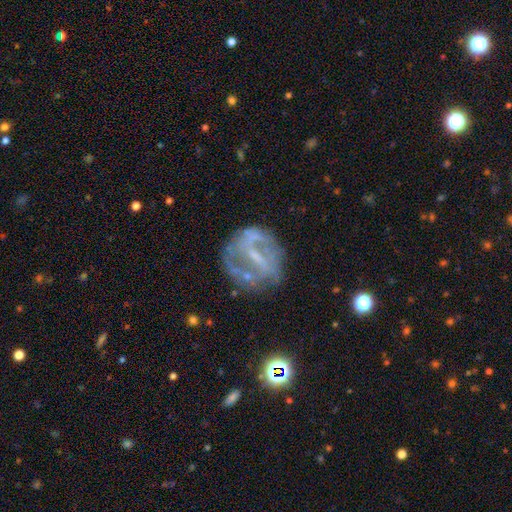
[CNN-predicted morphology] This is likely a featured or disk galaxy (73%). It is clearly not viewed edge-on (95%). Bar: possibly strong (48%). Spiral arm pattern: possibly yes (59%). Central bulge: possibly small (49%). Merging: likely none (63%).